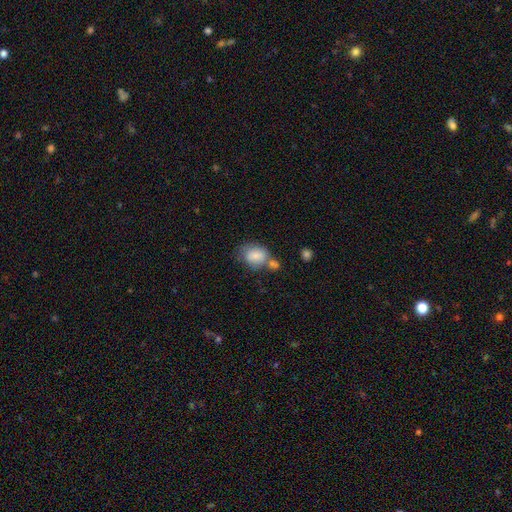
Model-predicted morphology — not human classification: type=smooth (80%); roundness=in between (57%); merging=none (38%).